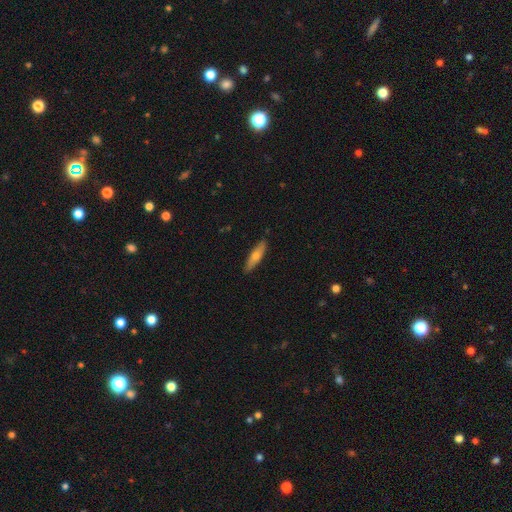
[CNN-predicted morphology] The model was most divided on "smooth or featured": smooth: 61%, featured or disk: 33%, star or artifact: 6%. More confident: merging — none (88%); how rounded — cigar-shaped (72%).